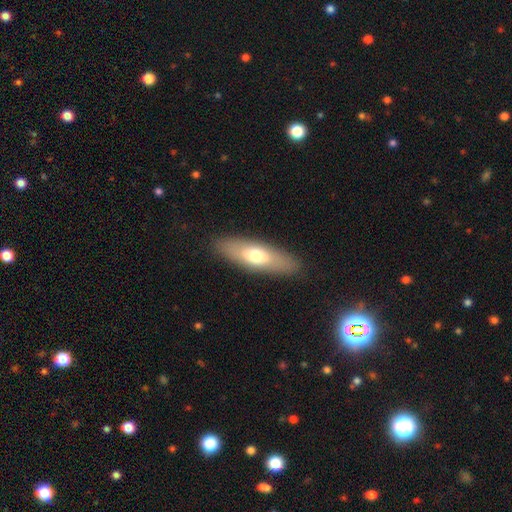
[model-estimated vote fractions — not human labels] A smooth galaxy with no disk features (63%) that is in between round and cigar-shaped (59%).

Vote fractions:
- Smooth or featured? smooth: 63% / featured or disk: 31% / star or artifact: 6%
- How rounded? in between: 59% / cigar-shaped: 39% / round: 3%
- Merging? none: 87% / minor disturbance: 9% / major disturbance: 3% / merger: 1%